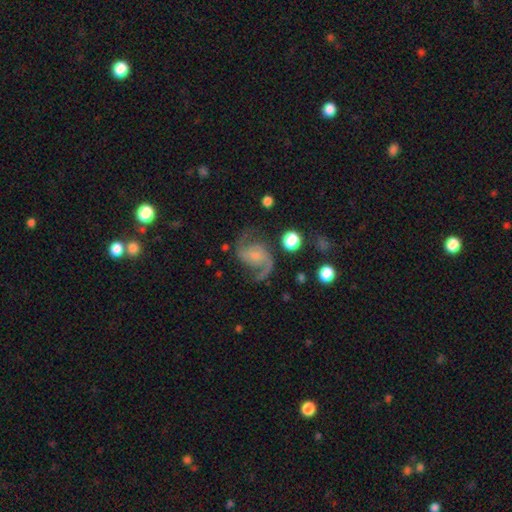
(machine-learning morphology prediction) type=featured or disk (88%); edge-on=no (98%); bar=no (56%); spiral arms=yes (98%); winding=medium (49%); arm count=2 (92%); bulge=small (54%); merging=none (72%).